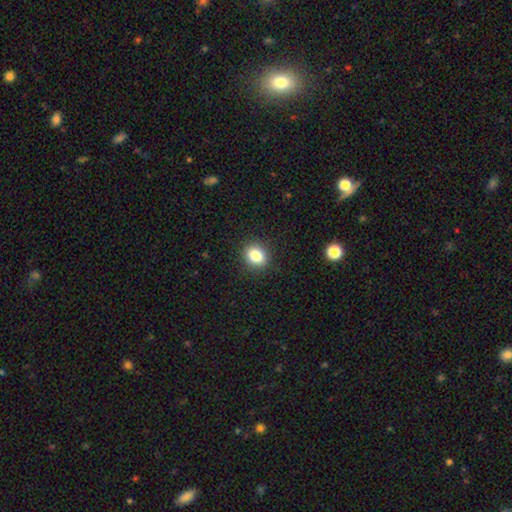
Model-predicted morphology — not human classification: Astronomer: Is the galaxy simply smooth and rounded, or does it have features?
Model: smooth — 82%.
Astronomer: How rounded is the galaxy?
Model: round — 65%.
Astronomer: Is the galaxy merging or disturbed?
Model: none — 90%.